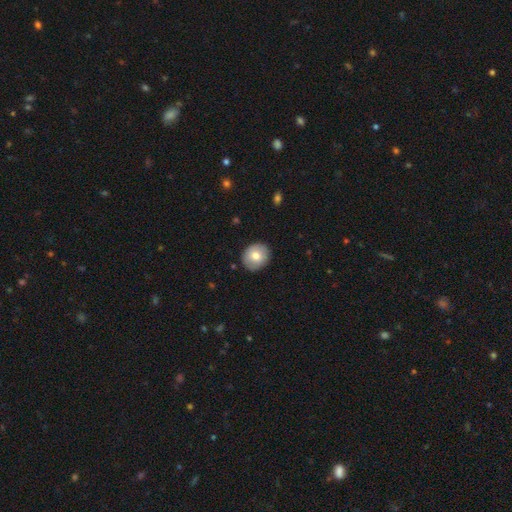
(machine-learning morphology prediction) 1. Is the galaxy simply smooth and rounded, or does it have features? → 74% smooth, 19% featured or disk, 7% star or artifact.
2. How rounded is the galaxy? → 79% round, 21% in between, 1% cigar-shaped.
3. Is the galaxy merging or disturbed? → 88% none, 9% minor disturbance, 2% major disturbance, 1% merger.